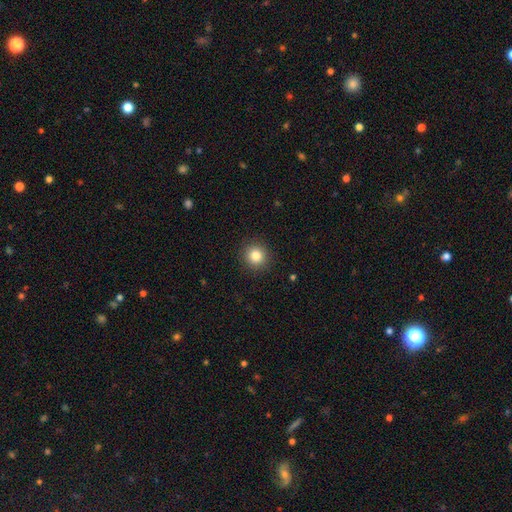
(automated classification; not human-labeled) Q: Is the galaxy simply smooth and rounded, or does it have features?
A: smooth — 83%.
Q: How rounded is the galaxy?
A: round — 93%.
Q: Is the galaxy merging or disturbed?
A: none — 92%.